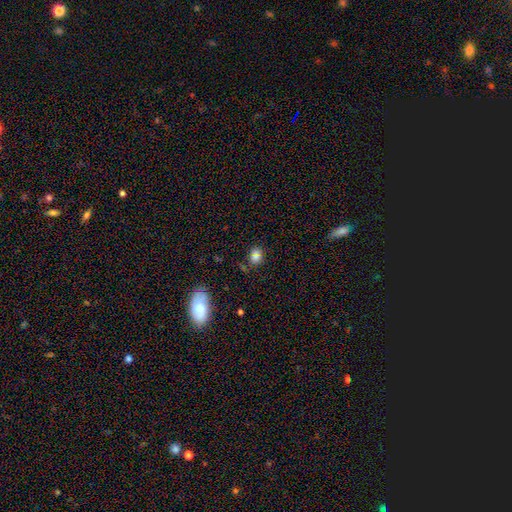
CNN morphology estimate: Overall: smooth (71%). How rounded: round (64%; in between 35%). Merging: none (63%).